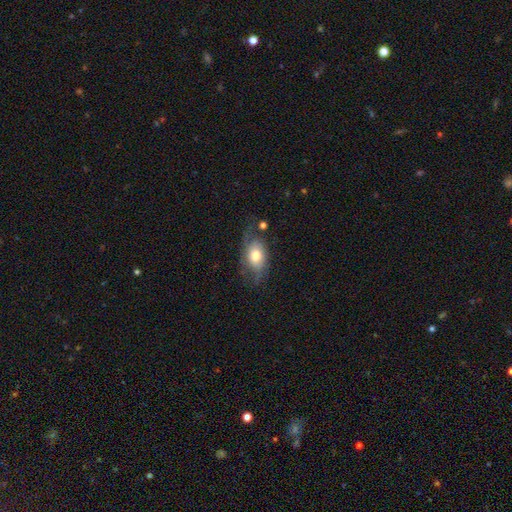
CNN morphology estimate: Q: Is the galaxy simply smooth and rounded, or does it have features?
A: smooth — 52%.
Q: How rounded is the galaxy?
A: in between — 81%.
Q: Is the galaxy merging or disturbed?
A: none — 48%.